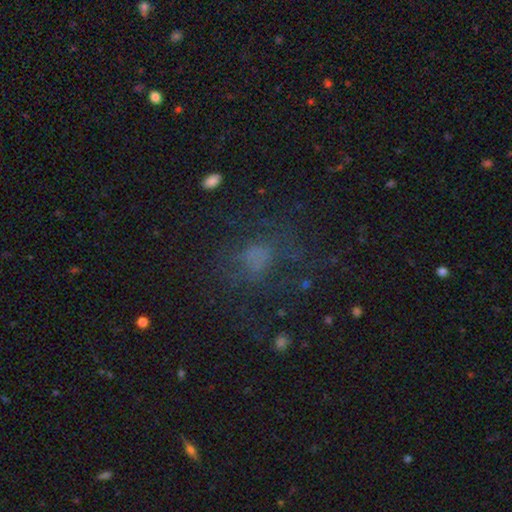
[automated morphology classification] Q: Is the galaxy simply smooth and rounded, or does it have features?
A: smooth — 40%.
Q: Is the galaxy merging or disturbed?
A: none — 55%.